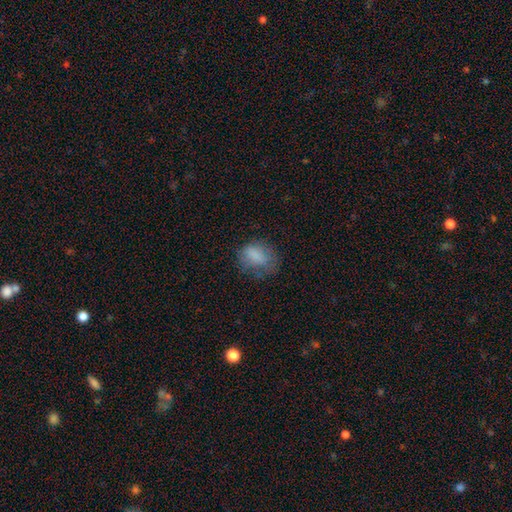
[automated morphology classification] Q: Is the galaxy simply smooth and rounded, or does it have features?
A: smooth — 78%.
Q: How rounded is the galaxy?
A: in between — 73%.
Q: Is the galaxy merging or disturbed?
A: none — 50%.